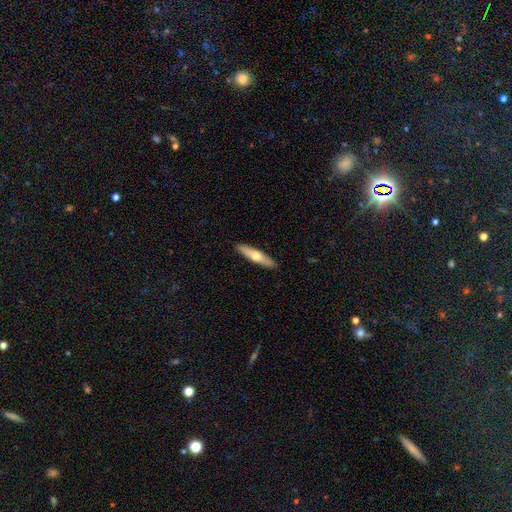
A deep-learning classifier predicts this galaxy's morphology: Overall: smooth (50%; featured or disk 45%). Merging: none (91%).